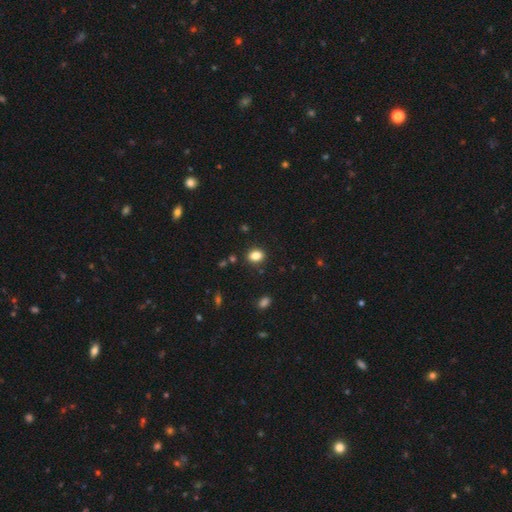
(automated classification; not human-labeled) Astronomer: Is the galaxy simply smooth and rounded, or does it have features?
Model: smooth — 84%.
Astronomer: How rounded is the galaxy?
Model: in between — 65%.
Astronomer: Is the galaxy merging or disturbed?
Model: none — 87%.